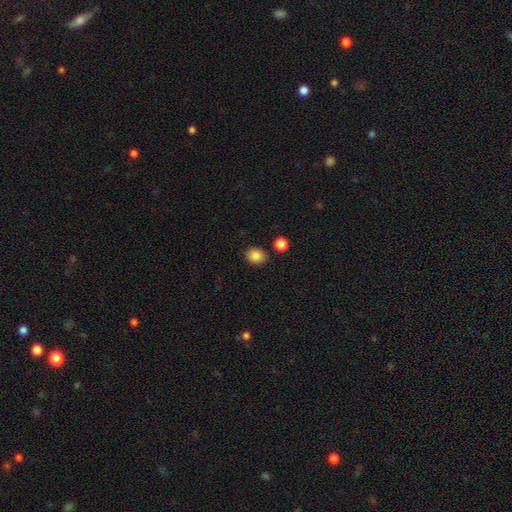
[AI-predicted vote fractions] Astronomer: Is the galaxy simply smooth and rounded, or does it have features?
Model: smooth — 86%.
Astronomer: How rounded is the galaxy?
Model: round — 65%.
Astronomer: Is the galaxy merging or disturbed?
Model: none — 84%.